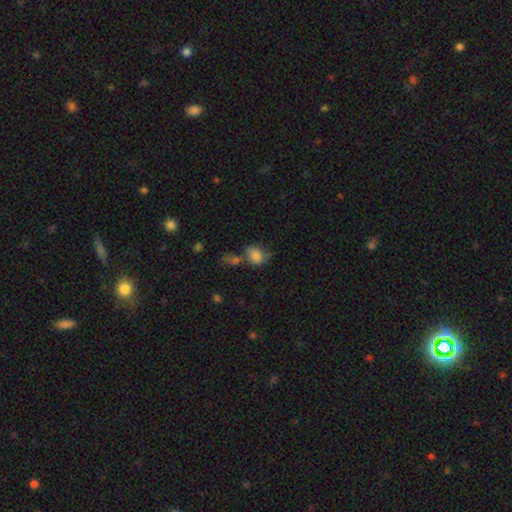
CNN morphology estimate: This is likely a smooth galaxy (79%). How rounded: likely in between (61%). Merging: marginally none (36%).